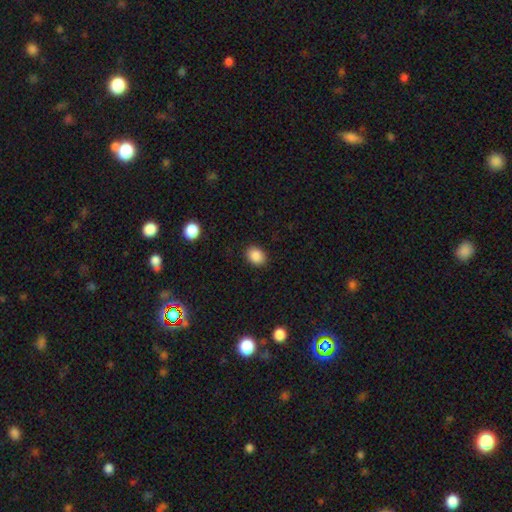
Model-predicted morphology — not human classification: Smooth or featured? smooth (88%)
How rounded? in between (54%)
Merging? none (89%)